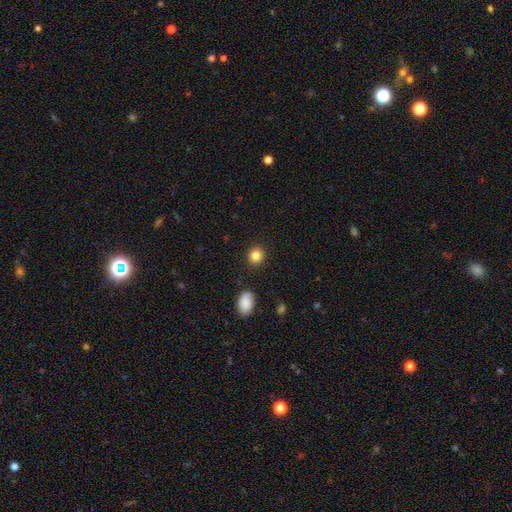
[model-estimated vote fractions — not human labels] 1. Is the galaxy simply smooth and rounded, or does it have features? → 85% smooth, 10% star or artifact, 5% featured or disk.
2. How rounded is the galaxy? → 81% round, 18% in between, 1% cigar-shaped.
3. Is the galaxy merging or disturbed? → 90% none, 6% minor disturbance, 2% major disturbance, 2% merger.